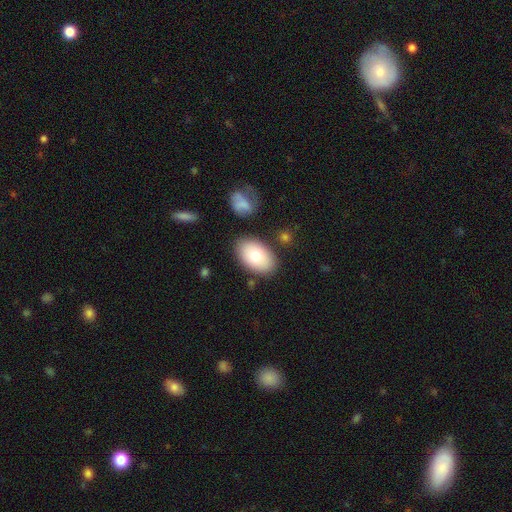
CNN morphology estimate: Q: Smooth or featured?
A: smooth (75%); runner-up: featured or disk (18%)
Q: How rounded?
A: in between (90%); runner-up: round (9%)
Q: Merging?
A: none (83%); runner-up: minor disturbance (11%)